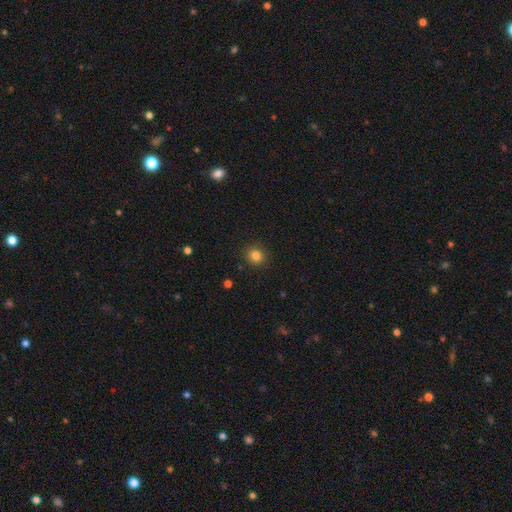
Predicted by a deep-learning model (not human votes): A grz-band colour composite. It shows a smooth galaxy with no disk features (83%) that is round (89%). Merging: none (90%).